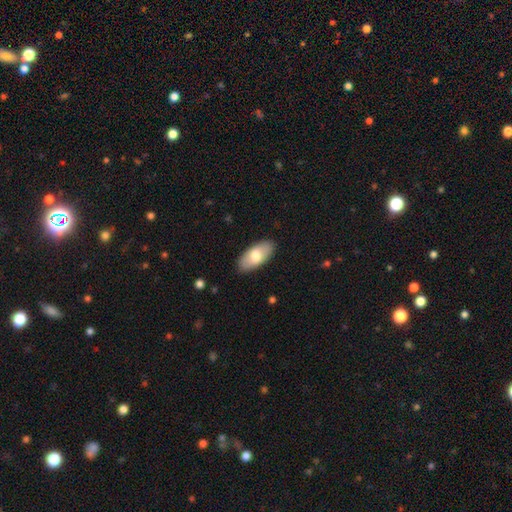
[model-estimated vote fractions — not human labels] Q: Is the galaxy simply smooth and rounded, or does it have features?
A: smooth — 73%.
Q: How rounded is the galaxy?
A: in between — 91%.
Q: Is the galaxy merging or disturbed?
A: none — 87%.